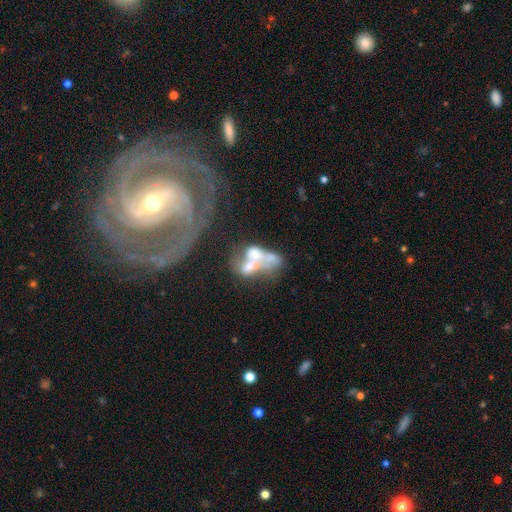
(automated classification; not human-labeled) A featured or disk galaxy (58%) with no bar (85%), no spiral arms (86%) and no central bulge (35%). Merging: merger (61%).